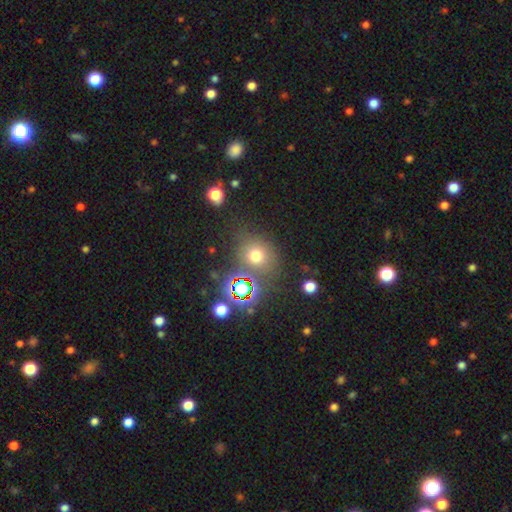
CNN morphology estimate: This is likely a smooth galaxy (66%). How rounded: likely round (78%). Merging: likely none (76%).